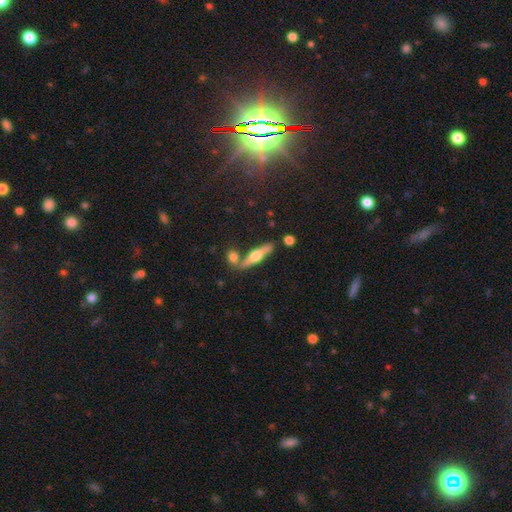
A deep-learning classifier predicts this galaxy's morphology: smooth_or_featured: featured or disk (p=0.58) [alt: smooth p=0.35]
disk_edge_on: yes (p=0.93) [alt: no p=0.07]
edge_on_bulge: rounded (p=0.93) [alt: boxy p=0.04]
merging: none (p=0.73) [alt: merger p=0.14]